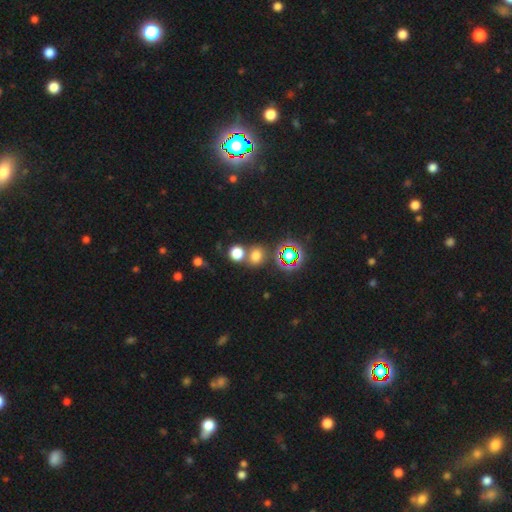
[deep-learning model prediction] Overall: smooth (66%; star or artifact 26%). How rounded: round (75%). Merging: none (61%; merger 27%).